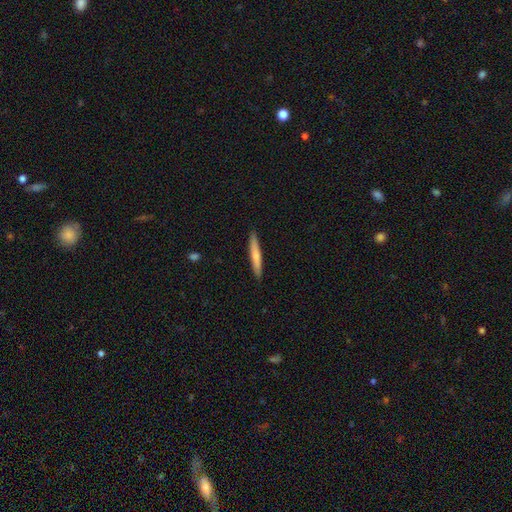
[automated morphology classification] Smooth or featured?
  - smooth: 64% *
  - featured or disk: 30%
  - star or artifact: 5%
How rounded?
  - cigar-shaped: 95% *
  - in between: 4%
  - round: 1%
Merging?
  - none: 91% *
  - minor disturbance: 7%
  - major disturbance: 1%
  - merger: 1%